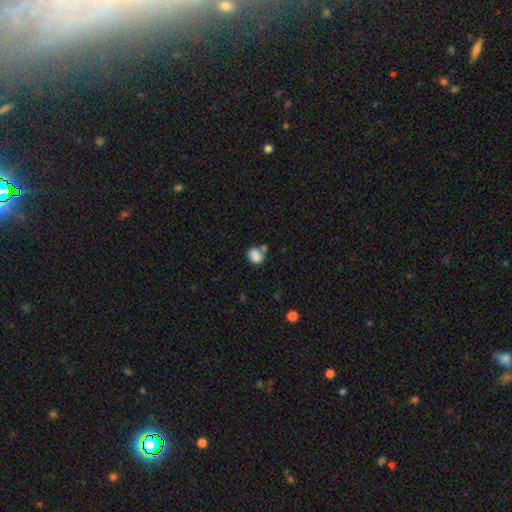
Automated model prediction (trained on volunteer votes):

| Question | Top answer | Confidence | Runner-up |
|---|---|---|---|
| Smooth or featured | smooth | 84% | star or artifact (9%) |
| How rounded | round | 53% | in between (46%) |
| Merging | none | 52% | merger (24%) |